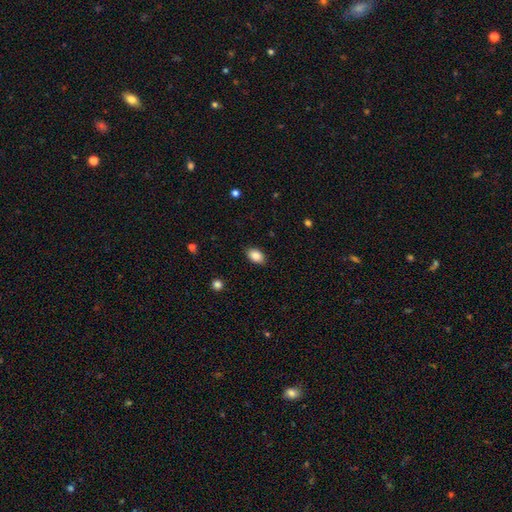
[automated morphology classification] A smooth galaxy with no disk features (85%) that is in between round and cigar-shaped (89%).

Vote fractions:
- Smooth or featured? smooth: 85% / star or artifact: 8% / featured or disk: 7%
- How rounded? in between: 89% / round: 10% / cigar-shaped: 1%
- Merging? none: 89% / minor disturbance: 9% / major disturbance: 2% / merger: 1%